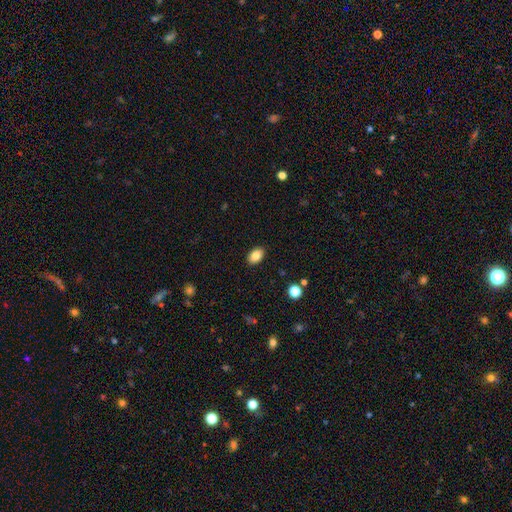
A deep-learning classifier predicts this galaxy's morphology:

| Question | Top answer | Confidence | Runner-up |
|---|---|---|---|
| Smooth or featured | smooth | 85% | star or artifact (9%) |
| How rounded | in between | 87% | round (12%) |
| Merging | none | 89% | minor disturbance (8%) |